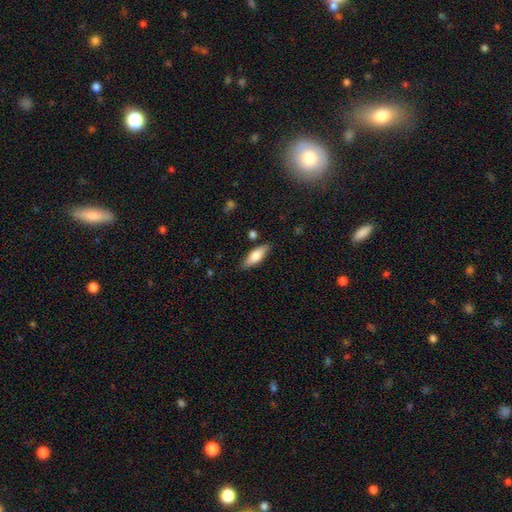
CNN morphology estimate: Smooth or featured? smooth (71%)
How rounded? in between (58%)
Merging? none (83%)